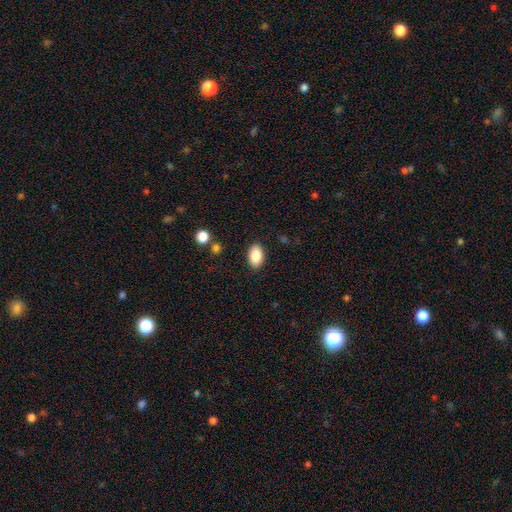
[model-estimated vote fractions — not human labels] A smooth galaxy with no disk features (86%) that is in between round and cigar-shaped (92%). Merging: none (88%).